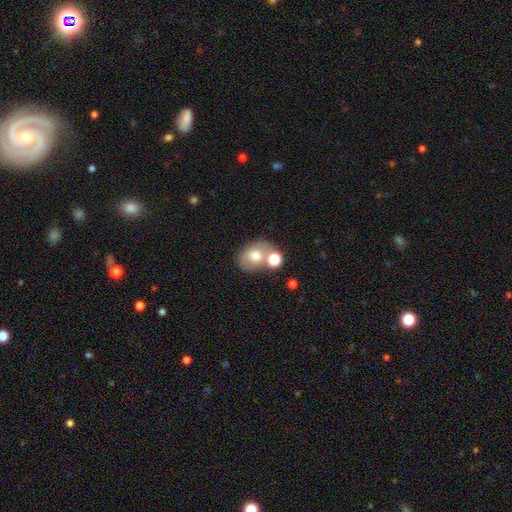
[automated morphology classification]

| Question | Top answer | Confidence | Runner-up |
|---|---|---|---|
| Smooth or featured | smooth | 69% | featured or disk (20%) |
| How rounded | in between | 59% | round (40%) |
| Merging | none | 53% | merger (29%) |